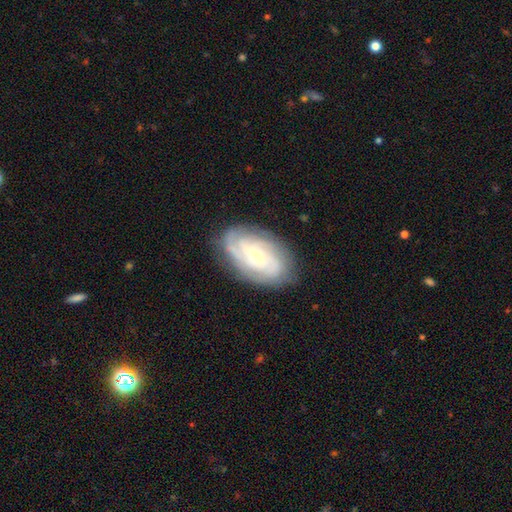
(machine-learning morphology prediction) A featured or disk galaxy (82%) with no bar (60%), tight (67%) spiral arms (95%) and a small central bulge (60%).

Vote fractions:
- Smooth or featured? featured or disk: 82% / smooth: 12% / star or artifact: 6%
- Edge-on disk? no: 95% / yes: 5%
- Bar? no: 60% / weak: 30% / strong: 9%
- Spiral arms? yes: 95% / no: 5%
- Spiral winding? tight: 67% / medium: 27% / loose: 7%
- Spiral arm count? can't tell: 30% / 3: 26% / 2: 19% / 4: 15% / more than 4: 5% / 1: 5%
- Bulge size? small: 60% / moderate: 36% / large: 2% / none: 1% / dominant: 1%
- Merging? none: 80% / minor disturbance: 15% / major disturbance: 4% / merger: 1%